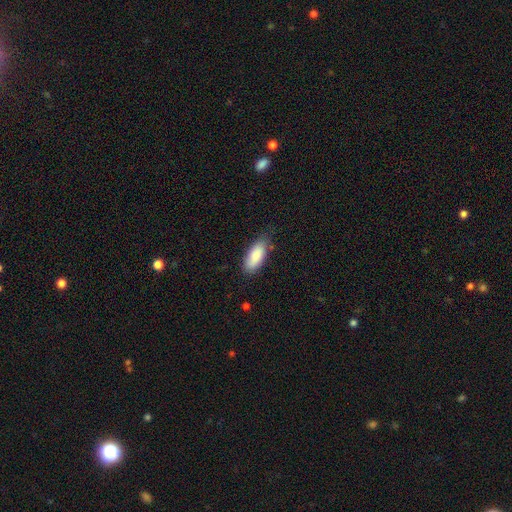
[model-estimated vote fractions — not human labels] A smooth galaxy with no disk features (85%) that is in between round and cigar-shaped (83%).

Vote fractions:
- Smooth or featured? smooth: 85% / featured or disk: 9% / star or artifact: 6%
- How rounded? in between: 83% / cigar-shaped: 15% / round: 2%
- Merging? none: 74% / minor disturbance: 21% / major disturbance: 4% / merger: 2%